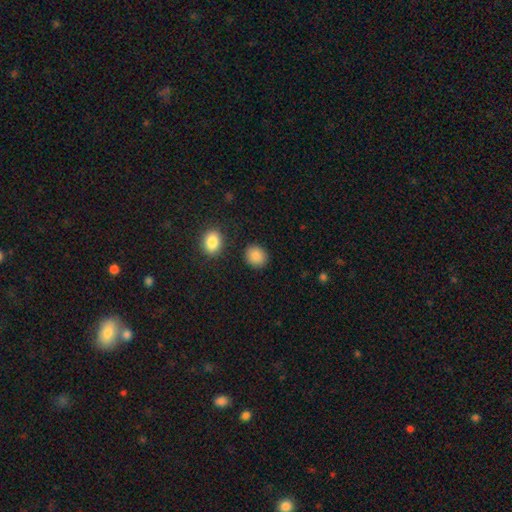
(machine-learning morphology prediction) This appears to be a smooth galaxy with no disk features (88%) that is round (68%). Merging: none (87%).